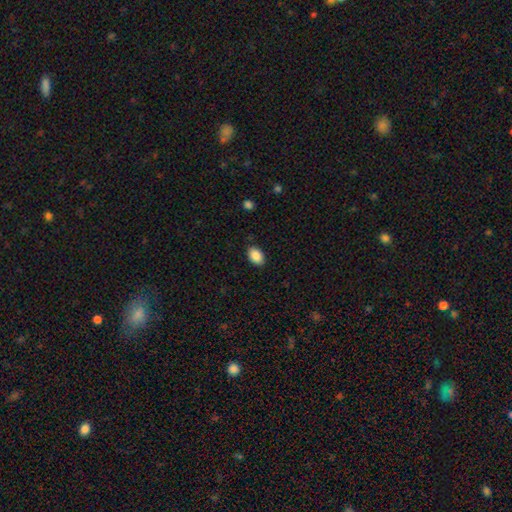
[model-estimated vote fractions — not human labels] Smooth or featured? smooth (89%)
How rounded? in between (86%)
Merging? none (86%)